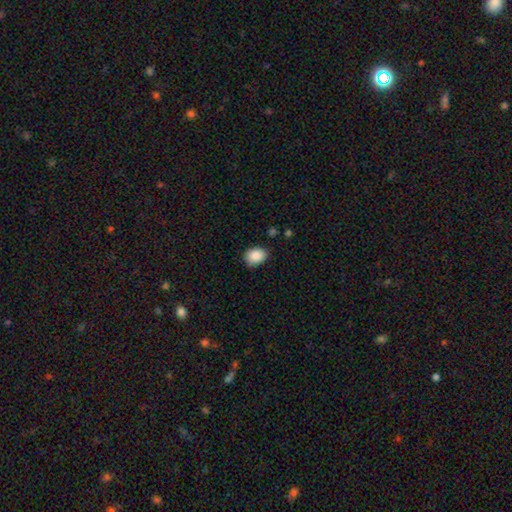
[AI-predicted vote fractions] Overall: smooth (88%). How rounded: in between (63%; round 37%). Merging: none (76%).